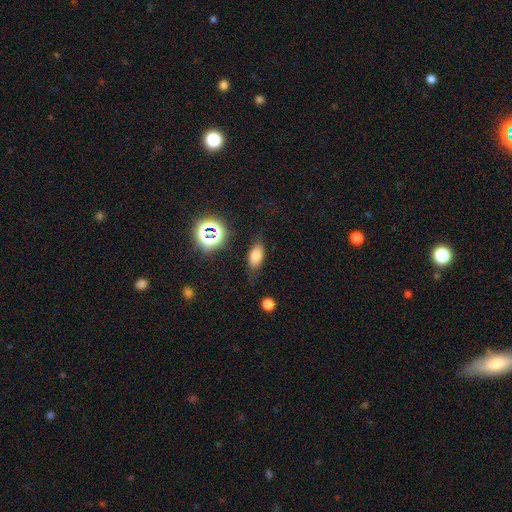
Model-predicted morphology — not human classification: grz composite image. It shows a smooth galaxy with no disk features (73%) that is in between round and cigar-shaped (83%). Merging: none (74%).